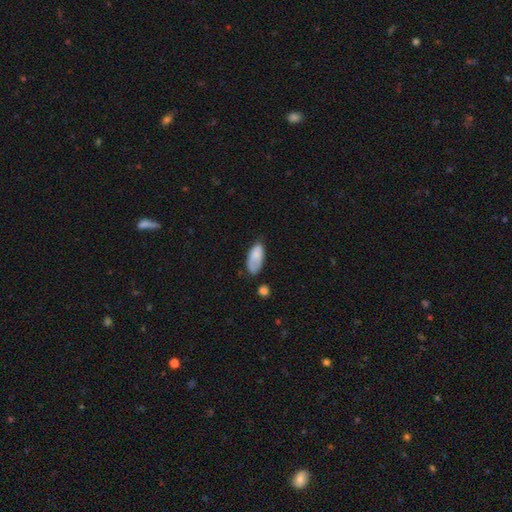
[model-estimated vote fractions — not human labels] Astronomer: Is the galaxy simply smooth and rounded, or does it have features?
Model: smooth — 76%.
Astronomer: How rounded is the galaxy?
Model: in between — 91%.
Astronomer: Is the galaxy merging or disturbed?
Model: none — 52% (runner-up: minor disturbance, 33%).